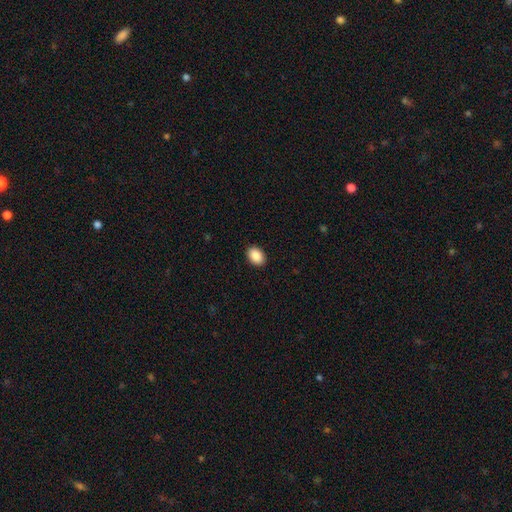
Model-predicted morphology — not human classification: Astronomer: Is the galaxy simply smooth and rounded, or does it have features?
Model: smooth — 89%.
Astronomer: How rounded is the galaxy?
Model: in between — 77%.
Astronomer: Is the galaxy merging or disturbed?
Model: none — 91%.